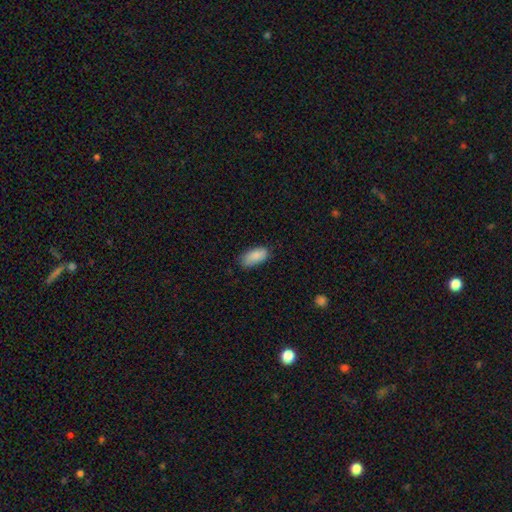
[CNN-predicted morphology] smooth_or_featured: smooth (p=0.88) [alt: star or artifact p=0.06]
how_rounded: in between (p=0.92) [alt: cigar-shaped p=0.06]
merging: none (p=0.75) [alt: minor disturbance p=0.20]